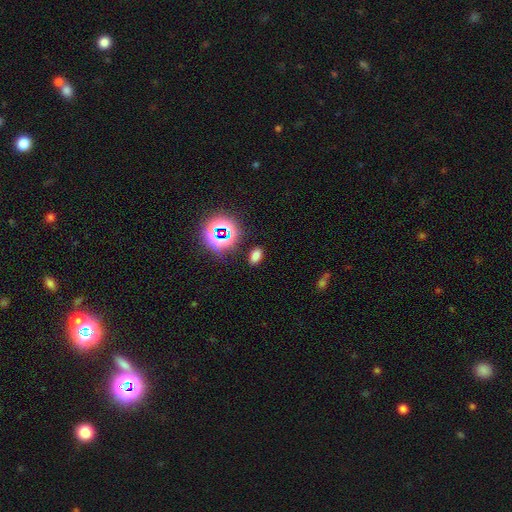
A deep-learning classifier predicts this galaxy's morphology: Smooth or featured: smooth — 67% (star or artifact — 27%)
How rounded: in between — 87% (round — 9%)
Merging: none — 86% (minor disturbance — 9%)